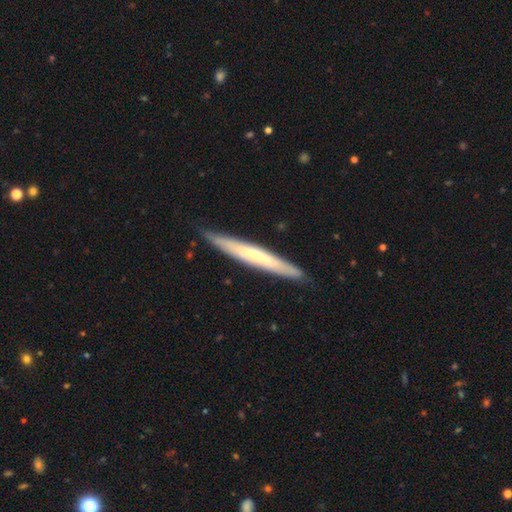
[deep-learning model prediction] A featured or disk galaxy (51%) viewed edge-on (91%). Merging: none (88%).